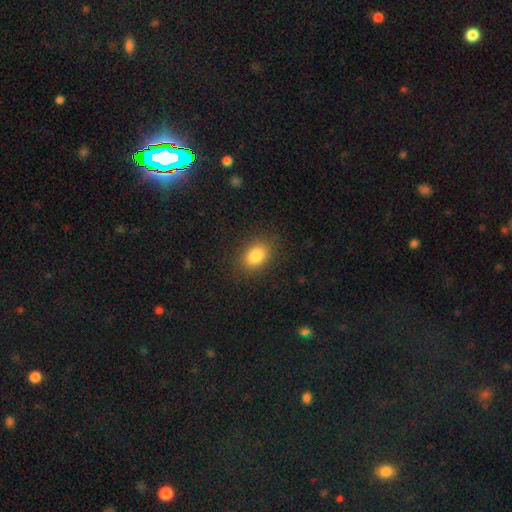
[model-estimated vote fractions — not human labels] Smooth or featured: smooth — 84% (star or artifact — 10%)
How rounded: in between — 73% (round — 26%)
Merging: none — 87% (minor disturbance — 9%)